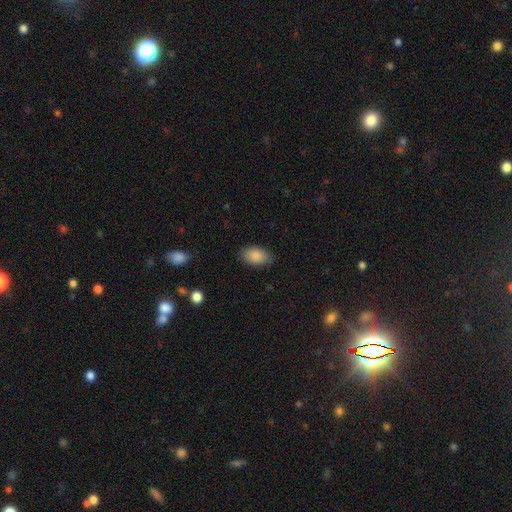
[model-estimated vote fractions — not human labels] Overall: smooth (88%). How rounded: in between (93%). Merging: none (85%).